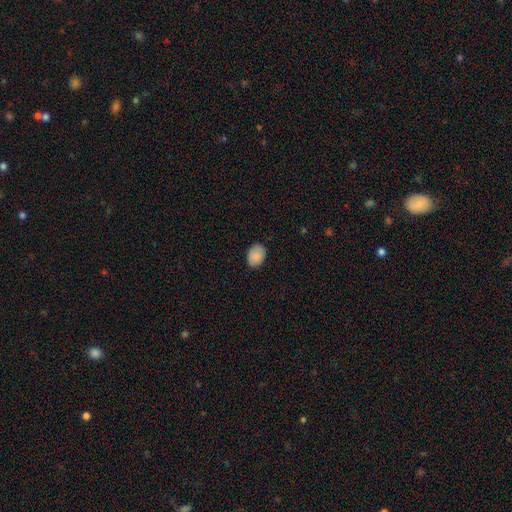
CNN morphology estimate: This is clearly a smooth galaxy (87%). How rounded: likely in between (71%). Merging: clearly none (85%).